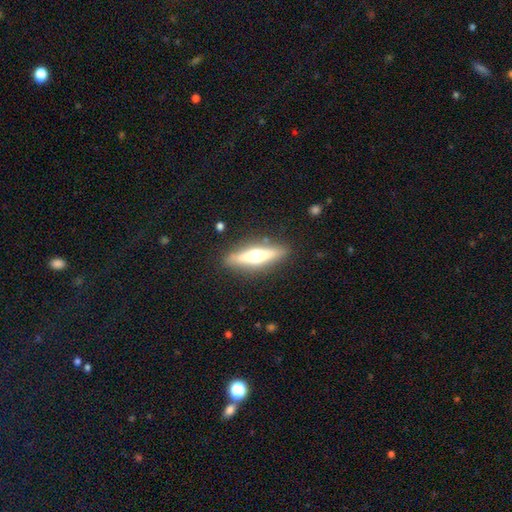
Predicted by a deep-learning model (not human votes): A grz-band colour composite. It shows a featured or disk galaxy (58%) viewed edge-on (92%) with a rounded central bulge (92%). Merging: none (86%).